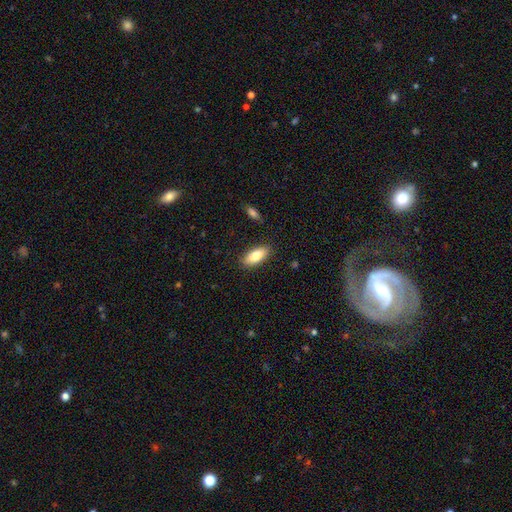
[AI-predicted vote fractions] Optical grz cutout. It shows a smooth galaxy with no disk features (79%) that is in between round and cigar-shaped (83%). Merging: none (87%).